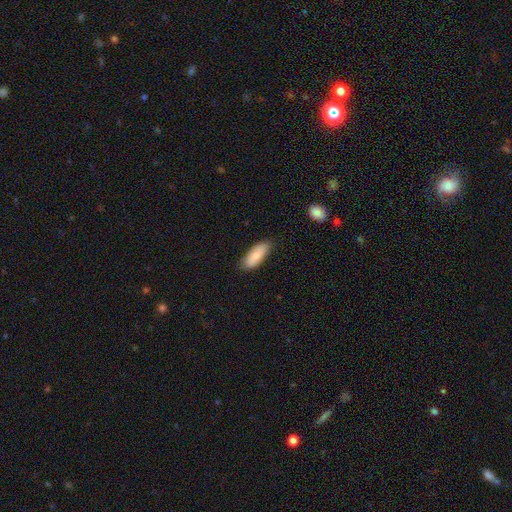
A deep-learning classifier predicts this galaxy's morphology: Smooth or featured? smooth (83%)
How rounded? in between (73%)
Merging? none (81%)